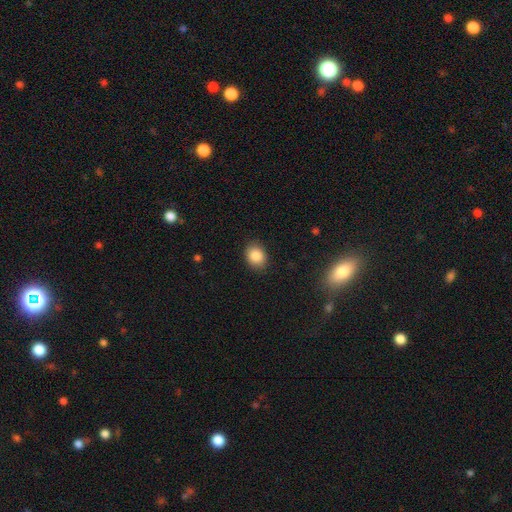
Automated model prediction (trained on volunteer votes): Smooth or featured? Predicted: smooth (p=0.85). How rounded? Predicted: round (p=0.50). Merging? Predicted: none (p=0.87).